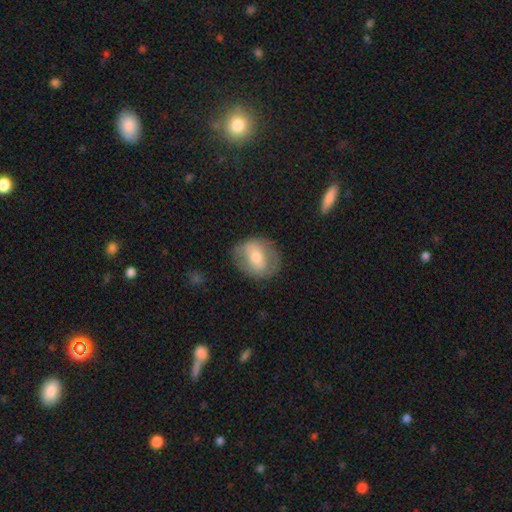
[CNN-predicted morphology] This is possibly a smooth galaxy (52%). How rounded: likely round (60%). Merging: likely none (73%).